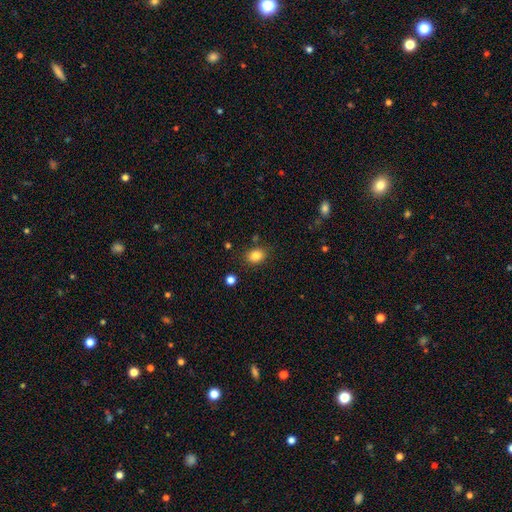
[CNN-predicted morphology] smooth 84%, star or artifact 11%, featured or disk 6%. Down the decision tree: how rounded — in between (54%); merging — none (81%).